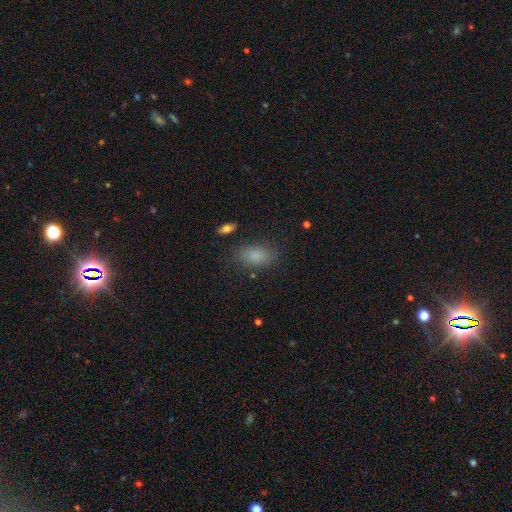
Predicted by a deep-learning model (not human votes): smooth-or-featured: smooth: 82% | star or artifact: 11% | featured or disk: 7%
  how-rounded: in between: 89% | round: 8% | cigar-shaped: 3%
  merging: none: 80% | minor disturbance: 13% | major disturbance: 5% | merger: 2%